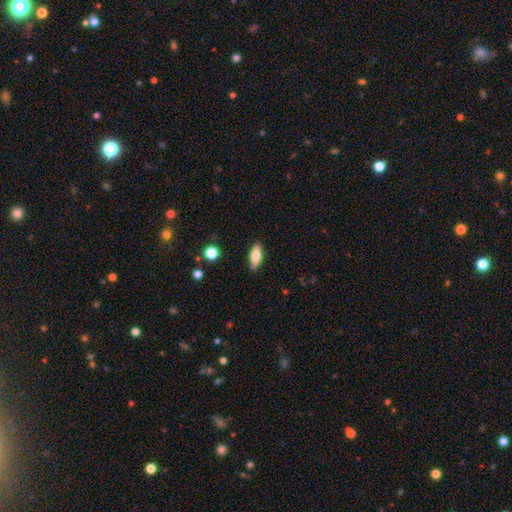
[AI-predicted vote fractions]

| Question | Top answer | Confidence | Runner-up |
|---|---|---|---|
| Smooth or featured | smooth | 75% | featured or disk (18%) |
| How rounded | in between | 74% | cigar-shaped (23%) |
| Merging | none | 87% | minor disturbance (10%) |